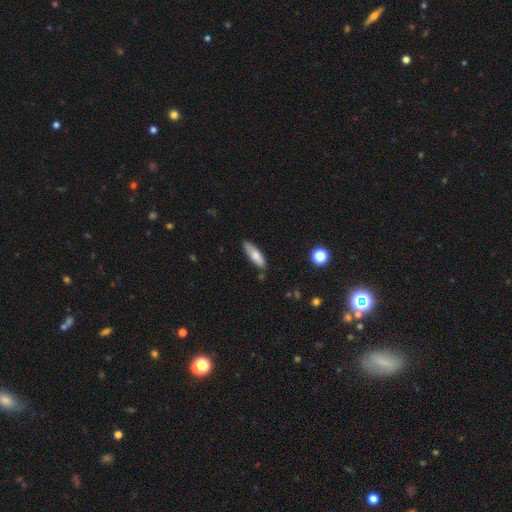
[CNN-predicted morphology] This appears to be a smooth galaxy with no disk features (78%) that is in between round and cigar-shaped (50%). Merging: none (80%).